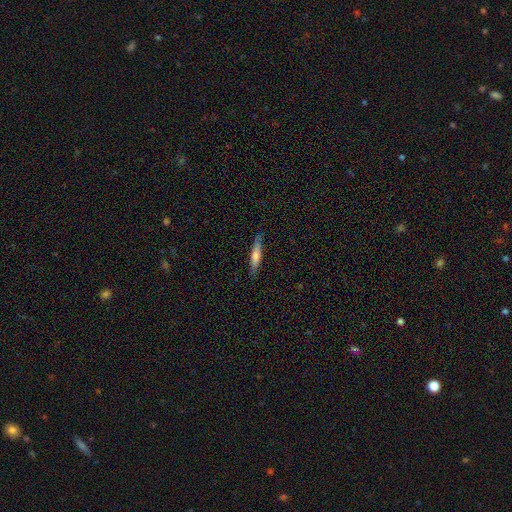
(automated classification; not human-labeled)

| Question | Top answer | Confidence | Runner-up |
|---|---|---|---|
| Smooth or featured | smooth | 58% | featured or disk (36%) |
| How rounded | cigar-shaped | 87% | in between (11%) |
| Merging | none | 85% | minor disturbance (12%) |